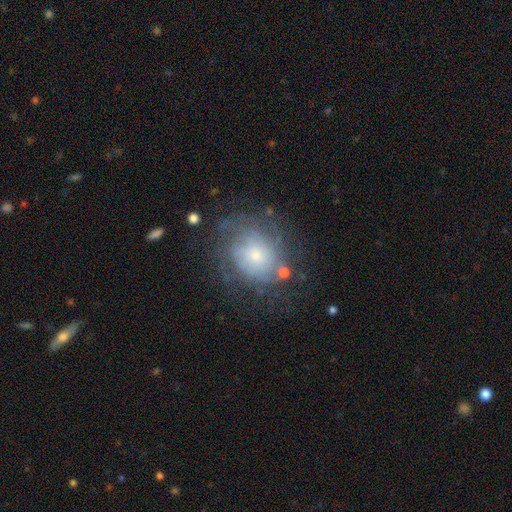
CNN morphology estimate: Smooth or featured: featured or disk — 58% (smooth — 33%)
Edge-on disk: no — 97% (yes — 3%)
Bar: no — 79% (weak — 18%)
Spiral arms: yes — 74% (no — 26%)
Bulge size: small — 52% (moderate — 36%)
Merging: none — 61% (minor disturbance — 21%)